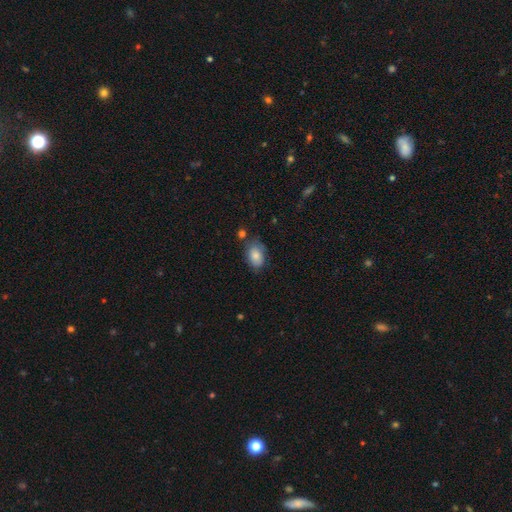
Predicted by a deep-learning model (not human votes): smooth 81%, featured or disk 12%, star or artifact 7%. Down the decision tree: how rounded — in between (85%); merging — none (64%).